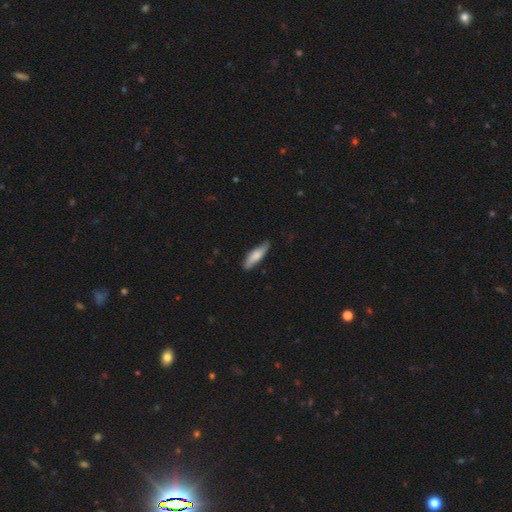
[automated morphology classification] Overall: smooth (74%). How rounded: cigar-shaped (60%; in between 38%). Merging: none (76%).